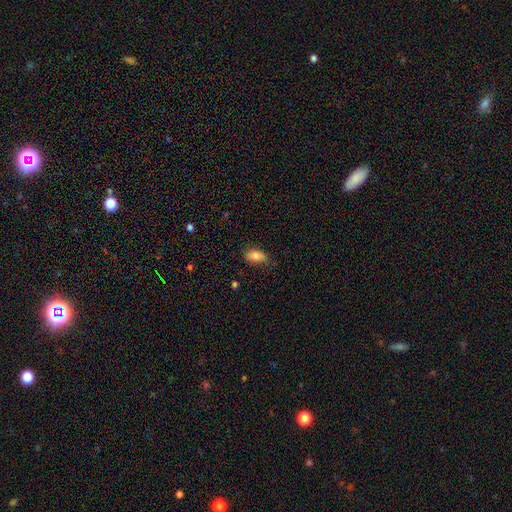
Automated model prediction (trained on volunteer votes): Smooth or featured? Predicted: smooth (p=0.81). How rounded? Predicted: in between (p=0.90). Merging? Predicted: none (p=0.62).